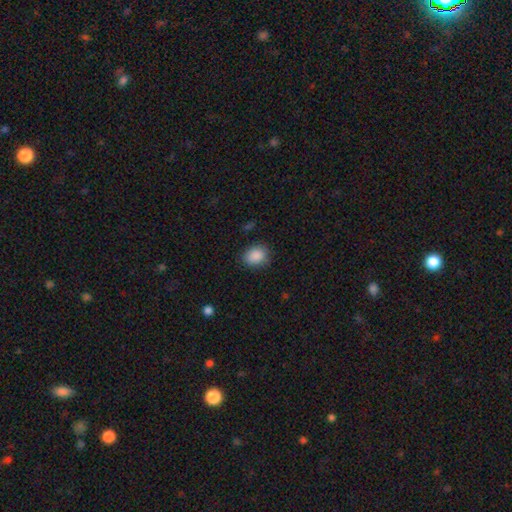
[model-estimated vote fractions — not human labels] Overall: smooth (89%). How rounded: in between (63%; round 36%). Merging: none (83%).